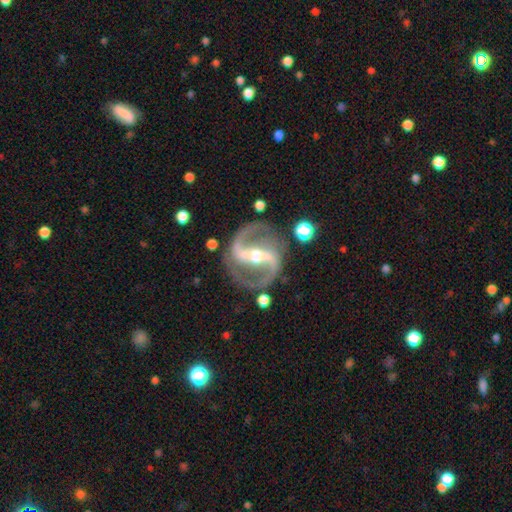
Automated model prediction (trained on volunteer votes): Smooth or featured: featured or disk — 93% (star or artifact — 5%)
Edge-on disk: no — 97% (yes — 3%)
Bar: strong — 70% (weak — 20%)
Spiral arms: yes — 98% (no — 2%)
Spiral winding: medium — 61% (loose — 20%)
Spiral arm count: 2 — 94% (can't tell — 1%)
Bulge size: moderate — 58% (small — 37%)
Merging: none — 84% (minor disturbance — 10%)